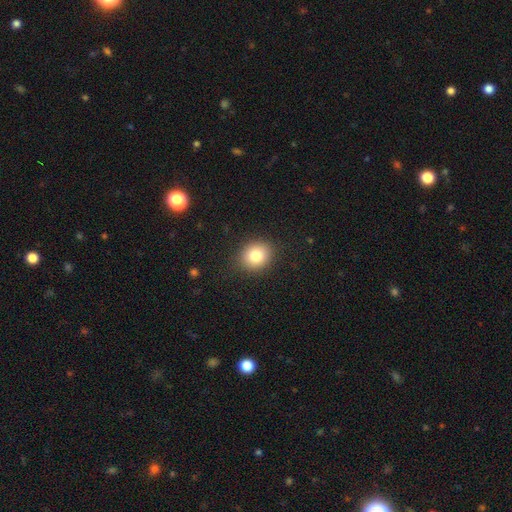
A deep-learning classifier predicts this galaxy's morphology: smooth-or-featured: smooth: 81% | star or artifact: 10% | featured or disk: 9%
  how-rounded: round: 69% | in between: 31% | cigar-shaped: 1%
  merging: none: 88% | minor disturbance: 8% | major disturbance: 3% | merger: 1%